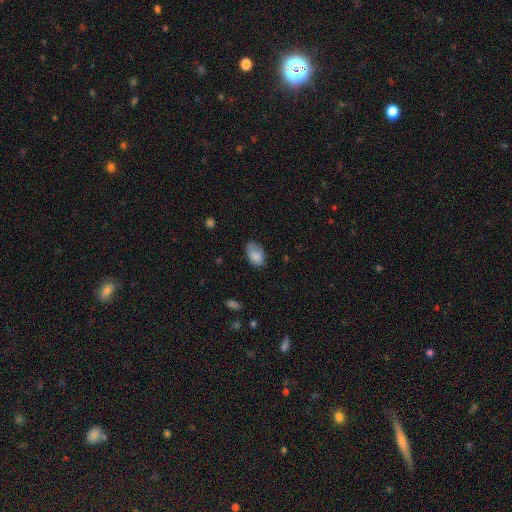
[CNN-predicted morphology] Q: Smooth or featured?
A: smooth (84%); runner-up: featured or disk (9%)
Q: How rounded?
A: in between (89%); runner-up: round (10%)
Q: Merging?
A: none (62%); runner-up: minor disturbance (29%)